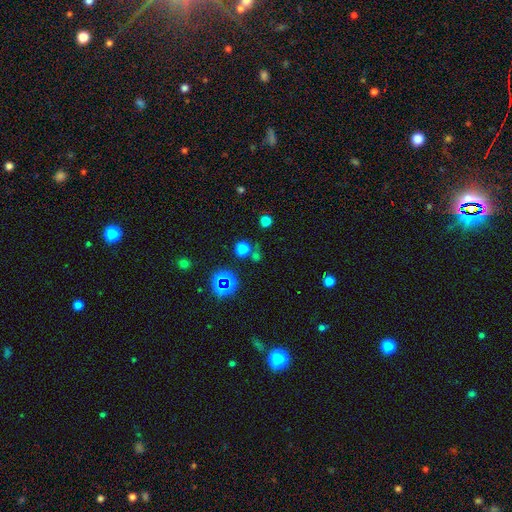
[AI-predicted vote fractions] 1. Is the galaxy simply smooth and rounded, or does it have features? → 59% smooth, 35% star or artifact, 7% featured or disk.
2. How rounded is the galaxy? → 87% round, 12% in between, 1% cigar-shaped.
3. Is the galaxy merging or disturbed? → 72% none, 14% merger, 10% minor disturbance, 5% major disturbance.